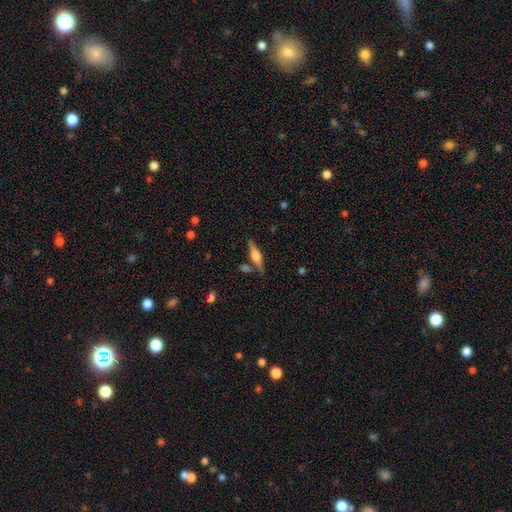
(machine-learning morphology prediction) Smooth or featured: featured or disk — 58% (smooth — 35%)
Edge-on disk: yes — 96% (no — 4%)
Edge-on bulge: rounded — 71% (boxy — 24%)
Merging: none — 75% (minor disturbance — 14%)